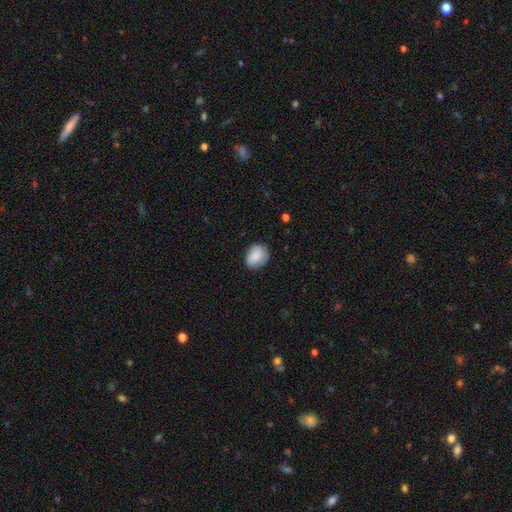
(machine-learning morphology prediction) This is clearly a smooth galaxy (87%). How rounded: possibly in between (57%). Merging: likely none (75%).